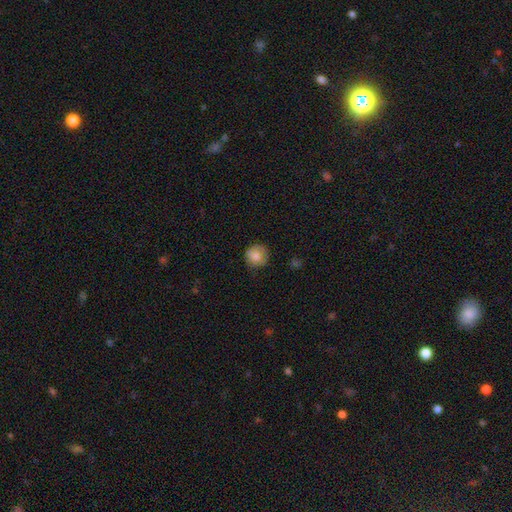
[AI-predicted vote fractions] This is likely a smooth galaxy (78%). How rounded: clearly round (93%). Merging: likely none (79%).